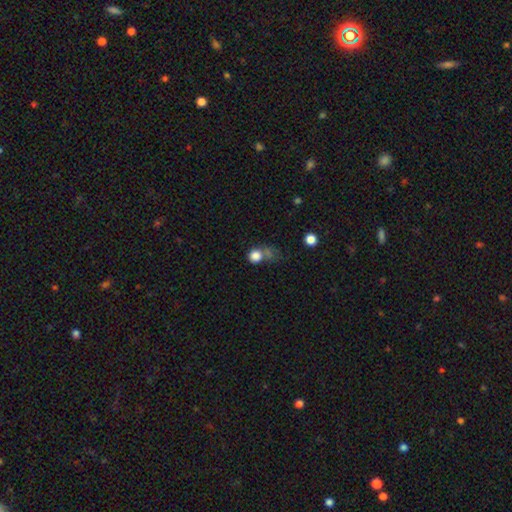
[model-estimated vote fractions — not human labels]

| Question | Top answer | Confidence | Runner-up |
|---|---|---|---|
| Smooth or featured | smooth | 81% | star or artifact (12%) |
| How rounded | round | 84% | in between (15%) |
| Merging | none | 45% | merger (26%) |